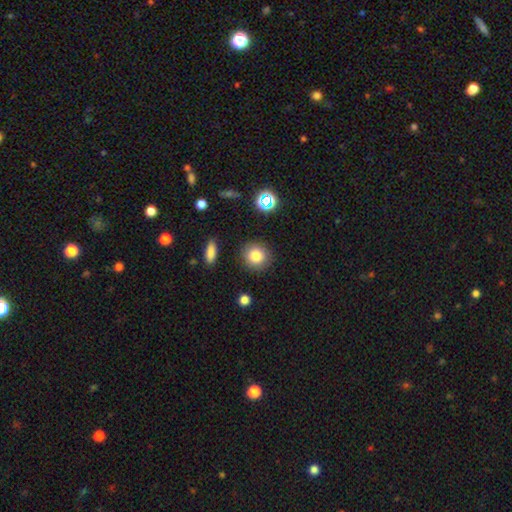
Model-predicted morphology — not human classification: A smooth galaxy with no disk features (82%) that is round (89%).

Vote fractions:
- Smooth or featured? smooth: 82% / star or artifact: 12% / featured or disk: 7%
- How rounded? round: 89% / in between: 10% / cigar-shaped: 1%
- Merging? none: 88% / minor disturbance: 7% / major disturbance: 3% / merger: 2%